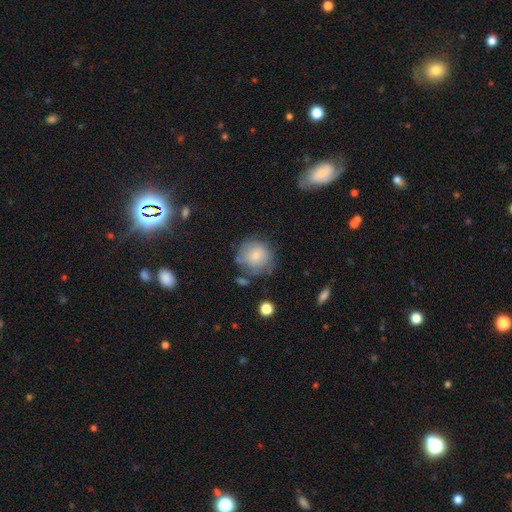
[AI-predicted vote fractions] smooth-or-featured: smooth: 71% | featured or disk: 21% | star or artifact: 8%
  how-rounded: round: 90% | in between: 9% | cigar-shaped: 1%
  merging: none: 63% | minor disturbance: 22% | major disturbance: 10% | merger: 6%